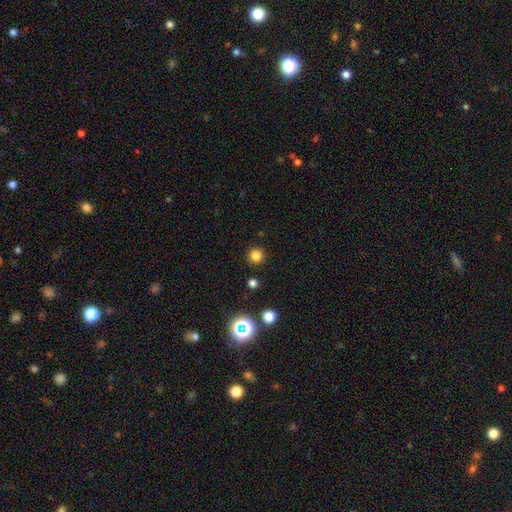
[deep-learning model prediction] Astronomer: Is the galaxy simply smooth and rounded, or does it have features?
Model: smooth — 81%.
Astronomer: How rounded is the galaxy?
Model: round — 95%.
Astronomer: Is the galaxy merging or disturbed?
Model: none — 91%.